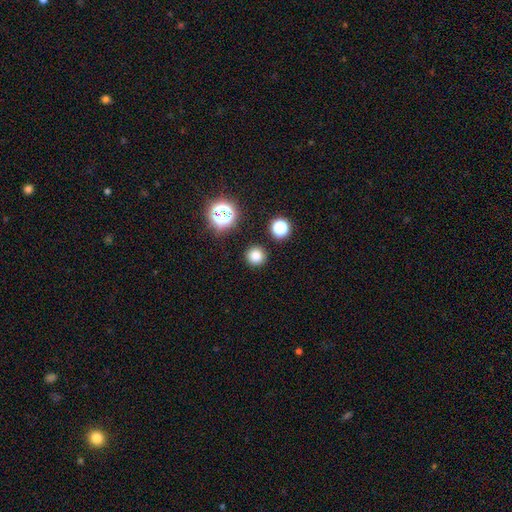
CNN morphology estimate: smooth-or-featured: smooth: 78% | star or artifact: 17% | featured or disk: 5%
  how-rounded: round: 95% | in between: 4% | cigar-shaped: 1%
  merging: none: 90% | minor disturbance: 5% | major disturbance: 2% | merger: 2%